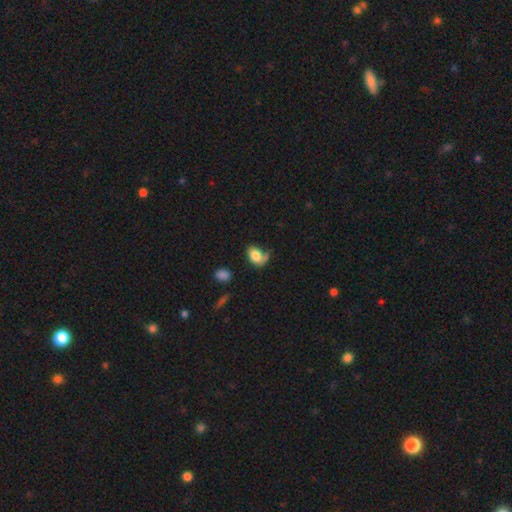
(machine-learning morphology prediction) Smooth or featured? Predicted: smooth (p=0.74). How rounded? Predicted: in between (p=0.78). Merging? Predicted: none (p=0.37).